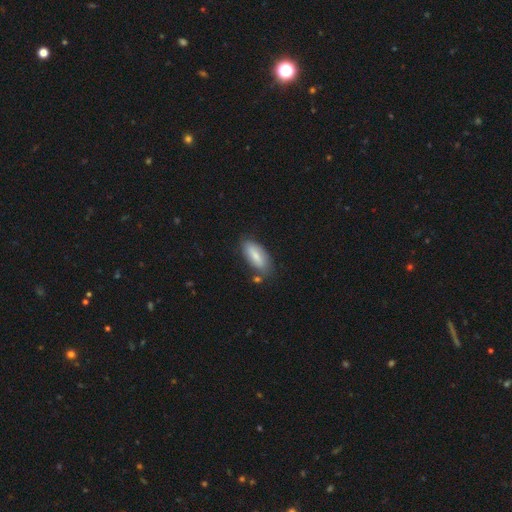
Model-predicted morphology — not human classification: This appears to be a smooth galaxy with no disk features (75%) that is in between round and cigar-shaped (80%). Merging: none (70%).